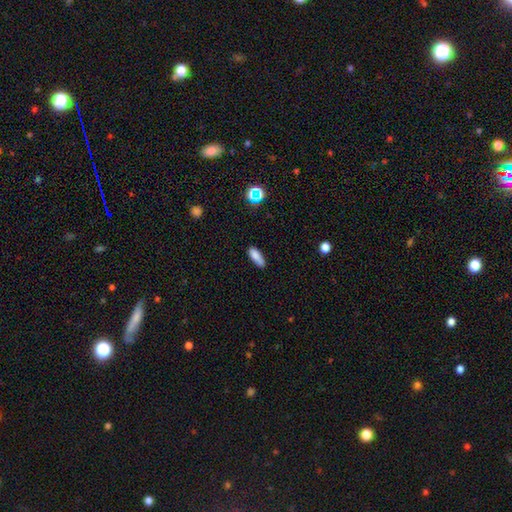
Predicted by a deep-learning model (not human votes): Smooth or featured?
  - smooth: 82% *
  - star or artifact: 10%
  - featured or disk: 8%
How rounded?
  - in between: 63% *
  - cigar-shaped: 34%
  - round: 3%
Merging?
  - none: 68% *
  - minor disturbance: 23%
  - major disturbance: 5%
  - merger: 4%